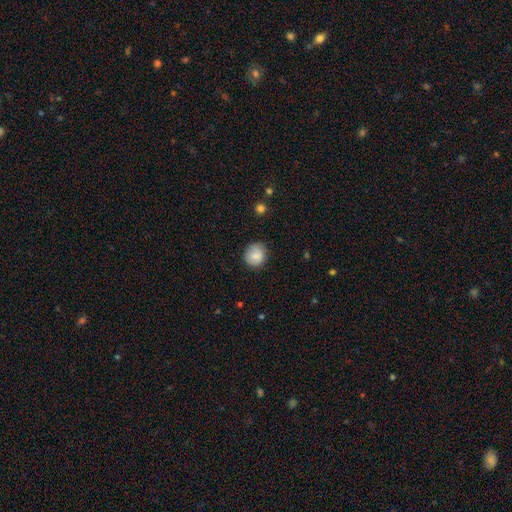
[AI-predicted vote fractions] Smooth or featured? Predicted: smooth (p=0.84). How rounded? Predicted: round (p=0.84). Merging? Predicted: none (p=0.81).